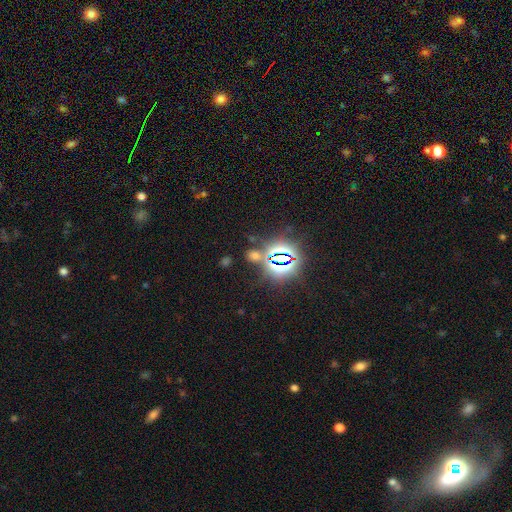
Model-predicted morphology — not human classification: A star or artifact, not a galaxy (60%).

Vote fractions:
- Smooth or featured? star or artifact: 60% / smooth: 33% / featured or disk: 7%